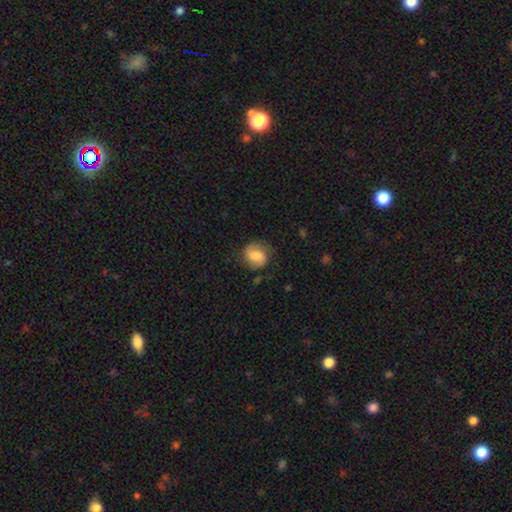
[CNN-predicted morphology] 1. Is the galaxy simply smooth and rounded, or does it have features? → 55% smooth, 37% featured or disk, 8% star or artifact.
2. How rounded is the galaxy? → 68% round, 31% in between, 1% cigar-shaped.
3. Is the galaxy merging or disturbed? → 73% none, 19% minor disturbance, 7% major disturbance, 1% merger.